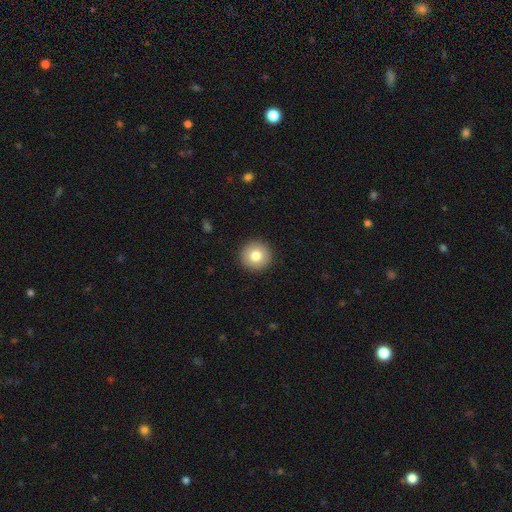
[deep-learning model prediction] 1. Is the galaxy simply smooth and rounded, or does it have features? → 80% smooth, 11% featured or disk, 9% star or artifact.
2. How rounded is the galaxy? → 95% round, 4% in between, 1% cigar-shaped.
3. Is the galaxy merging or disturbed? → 93% none, 5% minor disturbance, 2% major disturbance, 1% merger.